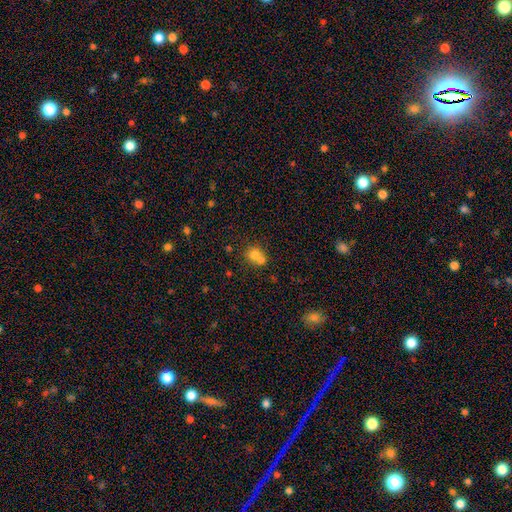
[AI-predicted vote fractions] This appears to be a smooth galaxy with no disk features (73%) that is round (73%). Merging: merger (56%).